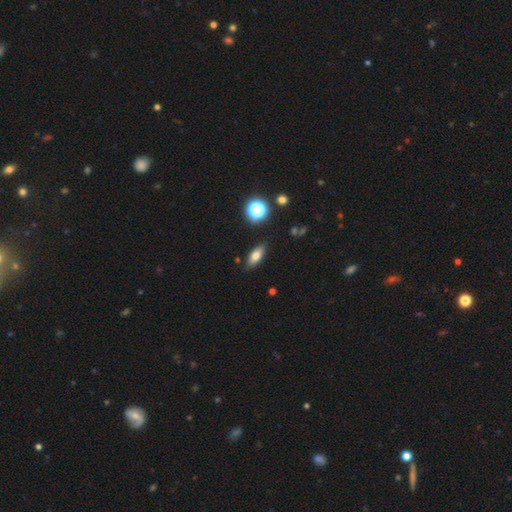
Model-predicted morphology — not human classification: The model was most divided on "how rounded": in between: 71%, cigar-shaped: 23%, round: 6%. More confident: merging — none (85%); smooth or featured — smooth (73%).